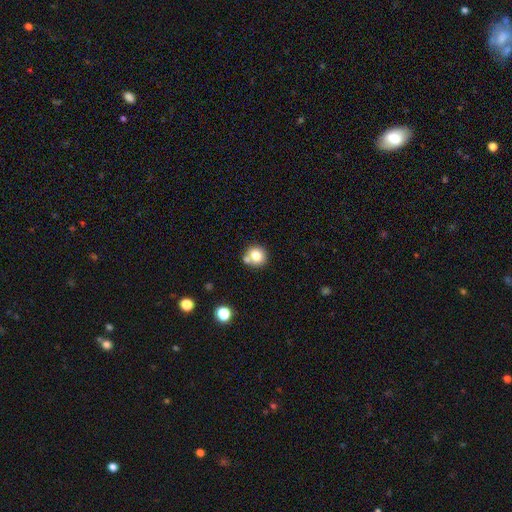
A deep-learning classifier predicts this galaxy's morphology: A smooth galaxy with no disk features (78%) that is round (88%). Merging: none (62%).